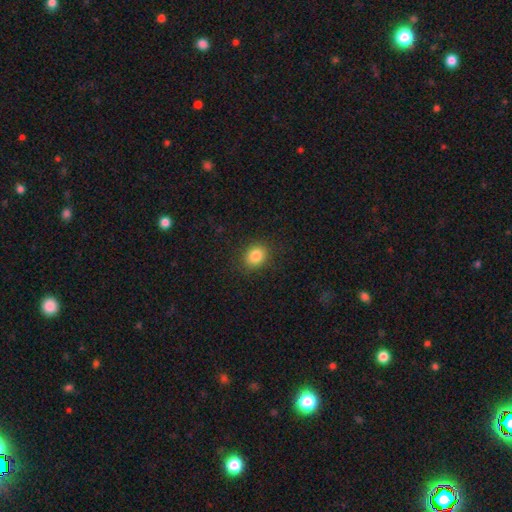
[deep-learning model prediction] Q: Smooth or featured?
A: smooth (84%); runner-up: star or artifact (10%)
Q: How rounded?
A: round (60%); runner-up: in between (39%)
Q: Merging?
A: none (87%); runner-up: minor disturbance (9%)